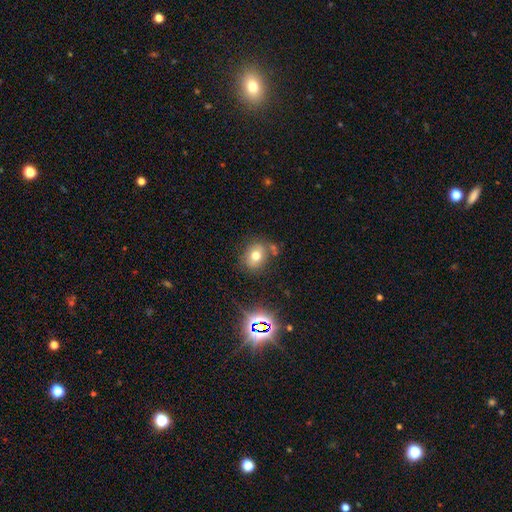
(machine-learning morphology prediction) This appears to be a smooth galaxy with no disk features (70%) that is round (58%). Merging: none (70%).